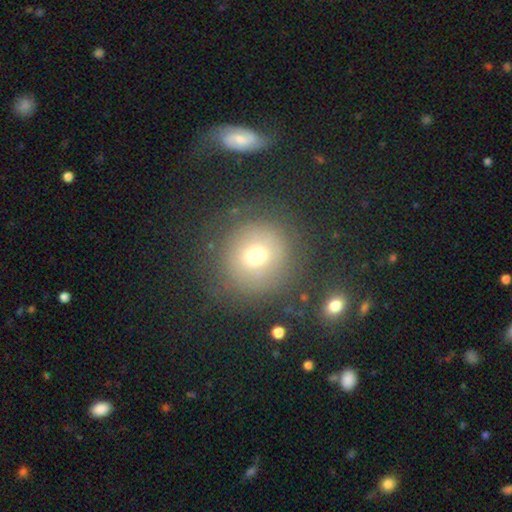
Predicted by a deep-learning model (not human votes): Morphology: type=smooth (66%); roundness=round (91%); merging=none (79%).